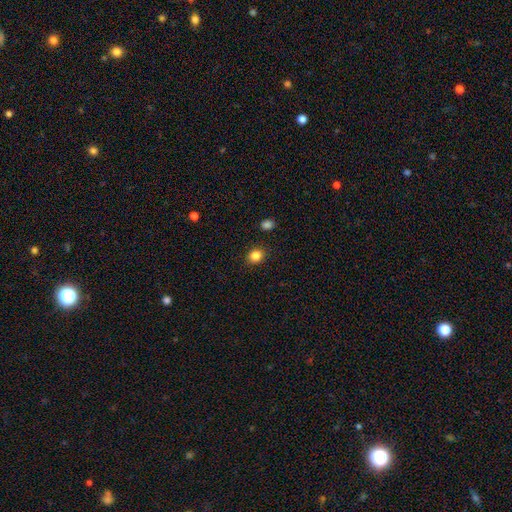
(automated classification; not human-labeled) This is clearly a smooth galaxy (84%). How rounded: likely round (68%). Merging: clearly none (88%).